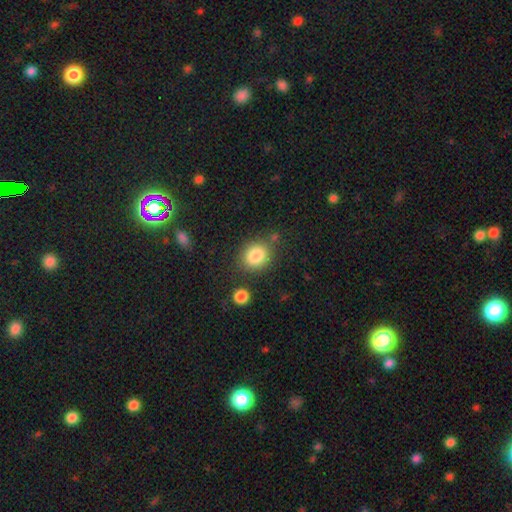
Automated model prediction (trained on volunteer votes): Smooth or featured: smooth — 85% (star or artifact — 9%)
How rounded: round — 71% (in between — 28%)
Merging: none — 77% (minor disturbance — 12%)